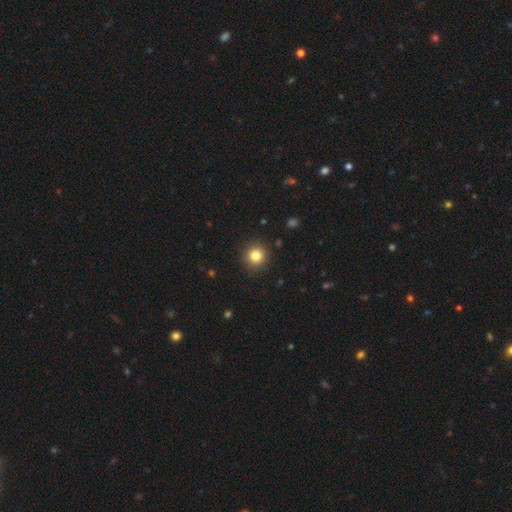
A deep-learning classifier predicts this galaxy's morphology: Q: Smooth or featured?
A: smooth (83%); runner-up: star or artifact (12%)
Q: How rounded?
A: round (93%); runner-up: in between (6%)
Q: Merging?
A: none (90%); runner-up: minor disturbance (6%)